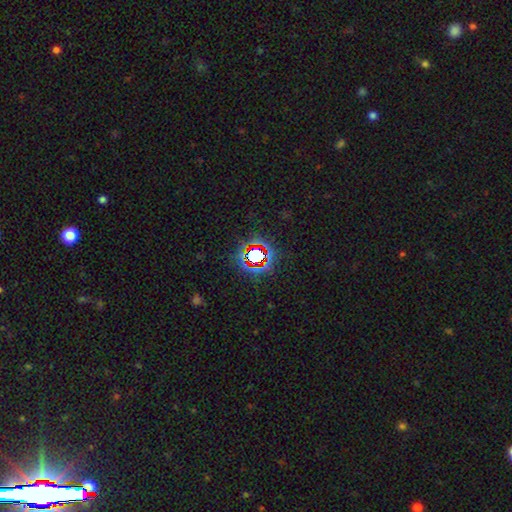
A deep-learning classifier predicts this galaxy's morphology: Smooth or featured? star or artifact (73%)